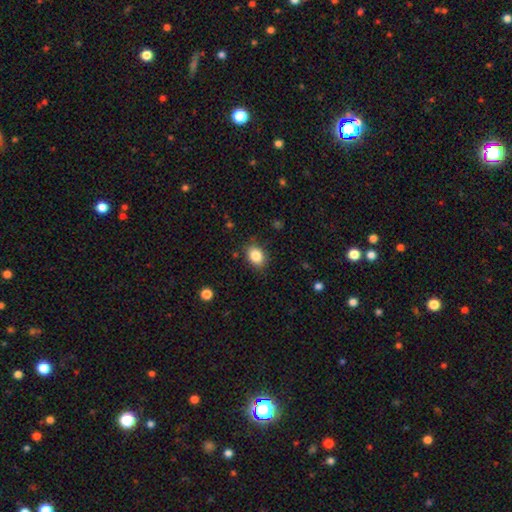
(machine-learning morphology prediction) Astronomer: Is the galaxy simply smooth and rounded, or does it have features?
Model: smooth — 85%.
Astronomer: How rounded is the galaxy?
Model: in between — 71%.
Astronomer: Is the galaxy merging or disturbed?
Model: none — 85%.